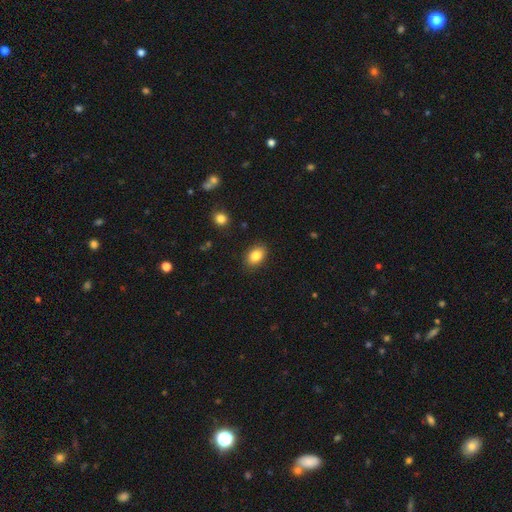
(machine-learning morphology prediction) This appears to be a smooth galaxy with no disk features (85%) that is in between round and cigar-shaped (83%). Merging: none (87%).